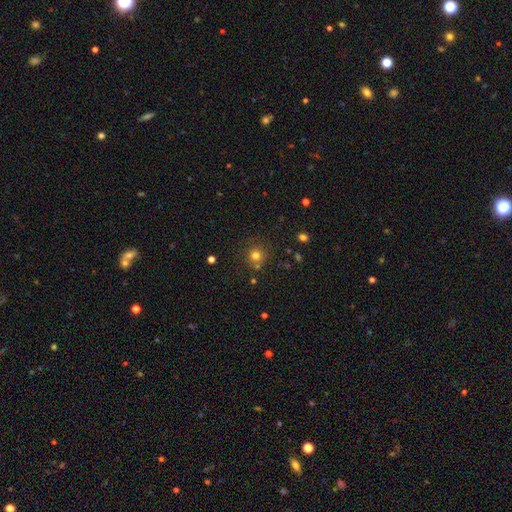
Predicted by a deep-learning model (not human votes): smooth-or-featured: smooth: 75% | star or artifact: 17% | featured or disk: 8%
  how-rounded: round: 92% | in between: 7% | cigar-shaped: 1%
  merging: none: 76% | minor disturbance: 10% | merger: 10% | major disturbance: 4%